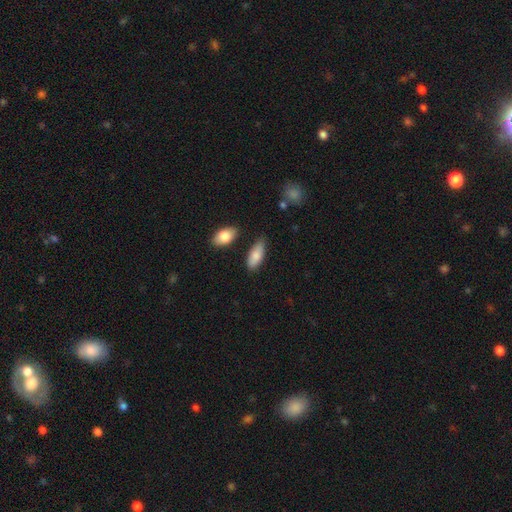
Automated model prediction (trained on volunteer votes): Overall: smooth (84%). How rounded: in between (81%). Merging: none (70%).